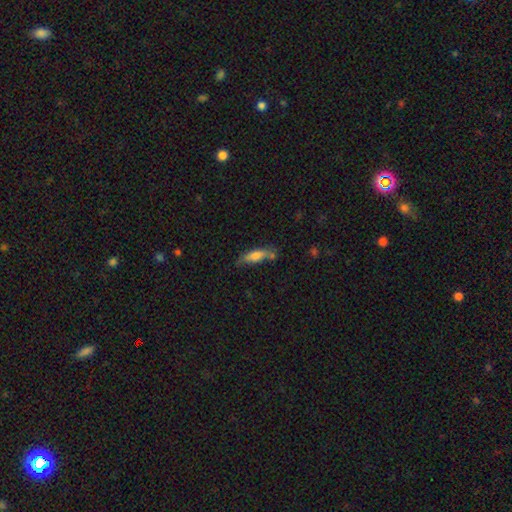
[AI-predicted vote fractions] A smooth galaxy with no disk features (68%) that is cigar-shaped (56%).

Vote fractions:
- Smooth or featured? smooth: 68% / featured or disk: 25% / star or artifact: 7%
- How rounded? cigar-shaped: 56% / in between: 42% / round: 2%
- Merging? none: 58% / minor disturbance: 24% / merger: 11% / major disturbance: 7%